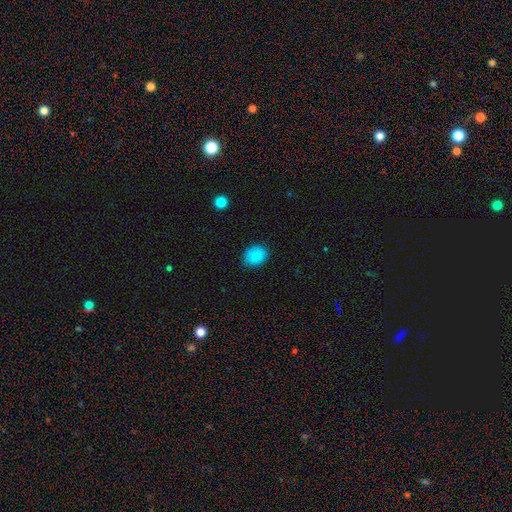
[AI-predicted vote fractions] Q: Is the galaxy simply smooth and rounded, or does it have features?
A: smooth — 88%.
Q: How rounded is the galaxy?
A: round — 51%.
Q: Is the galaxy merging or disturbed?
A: none — 83%.